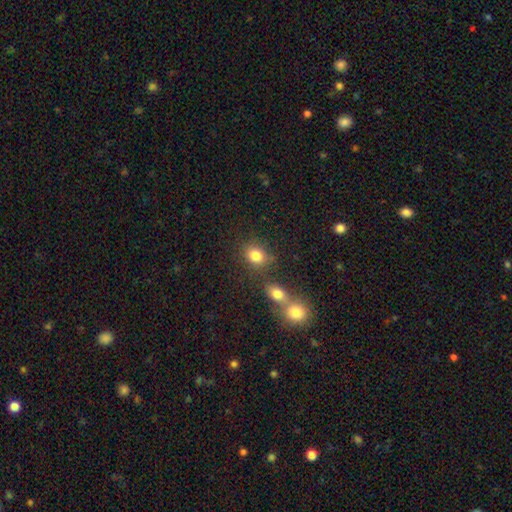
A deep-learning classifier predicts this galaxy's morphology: The model was most divided on "how rounded": in between: 52%, round: 47%, cigar-shaped: 1%. More confident: smooth or featured — smooth (81%); merging — none (66%).